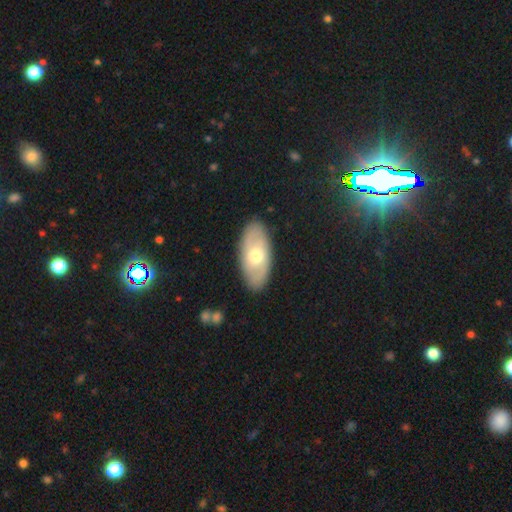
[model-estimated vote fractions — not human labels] A featured or disk galaxy (48%). Merging: none (87%).